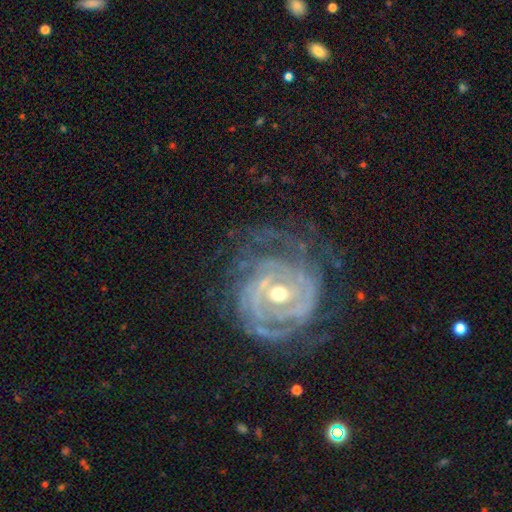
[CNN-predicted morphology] smooth-or-featured: featured or disk: 86% | star or artifact: 8% | smooth: 6%
  disk-edge-on: no: 97% | yes: 3%
    bar: no: 40% | weak: 36% | strong: 24%
    has-spiral-arms: yes: 95% | no: 5%
      spiral-winding: tight: 73% | medium: 22% | loose: 5%
      spiral-arm-count: 2: 29% | can't tell: 25% | 3: 20% | 4: 11% | more than 4: 7% | 1: 7%
    bulge-size: small: 49% | moderate: 47% | large: 2% | none: 1% | dominant: 1%
  merging: none: 70% | minor disturbance: 16% | major disturbance: 12% | merger: 2%